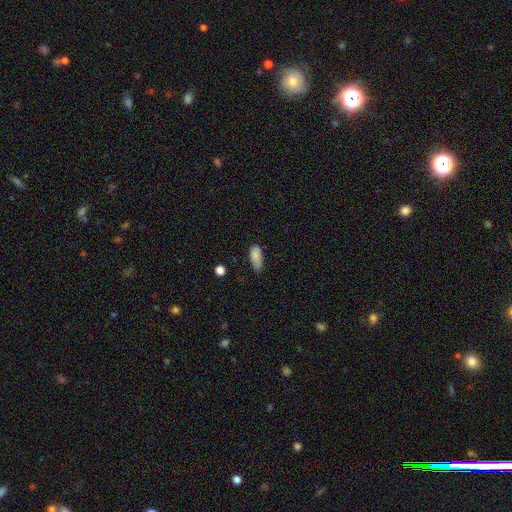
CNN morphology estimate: Smooth or featured? Predicted: smooth (p=0.83). How rounded? Predicted: in between (p=0.86). Merging? Predicted: none (p=0.56).